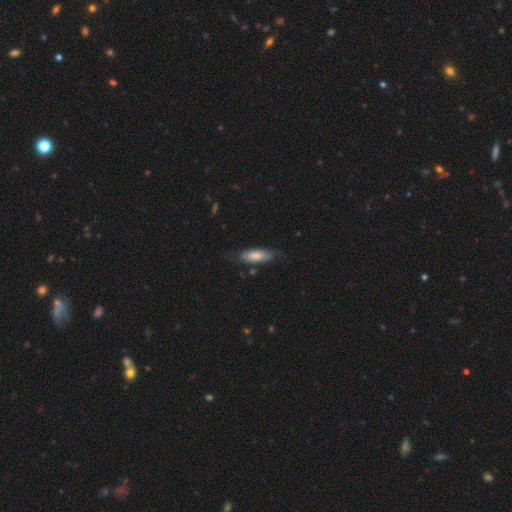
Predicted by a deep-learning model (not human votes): Smooth or featured? smooth (73%)
How rounded? in between (60%)
Merging? none (66%)